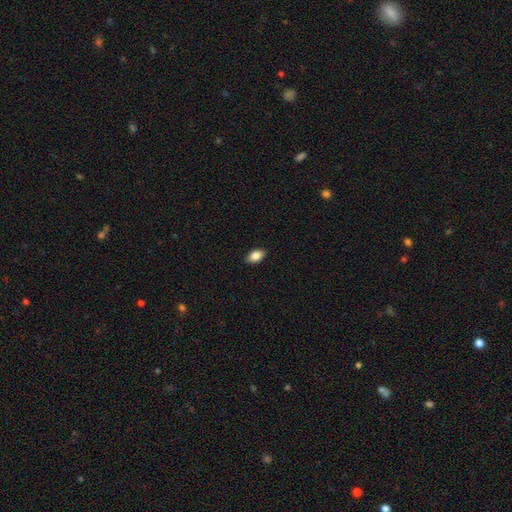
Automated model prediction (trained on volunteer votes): Smooth or featured? Predicted: smooth (p=0.86). How rounded? Predicted: in between (p=0.92). Merging? Predicted: none (p=0.89).